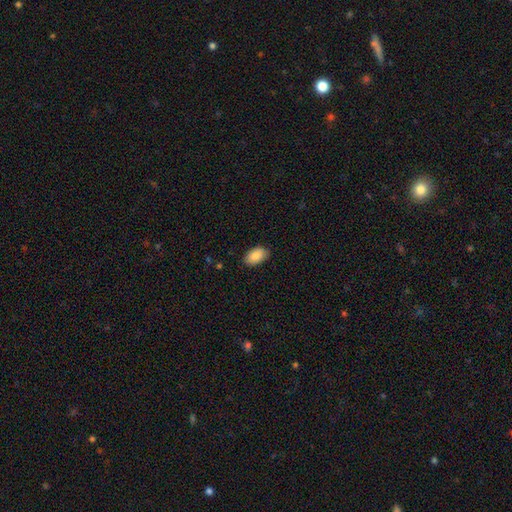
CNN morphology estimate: Smooth or featured? Predicted: smooth (p=0.87). How rounded? Predicted: in between (p=0.94). Merging? Predicted: none (p=0.87).